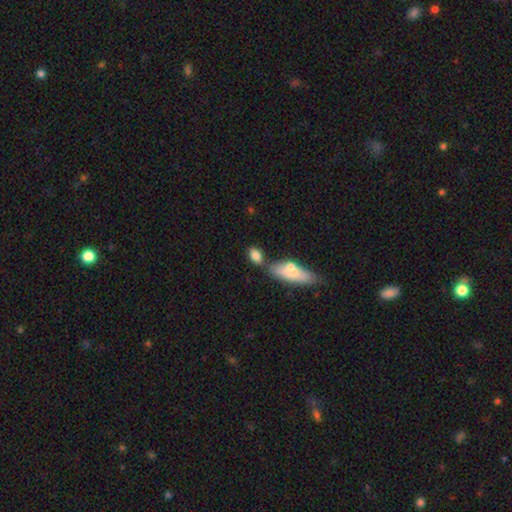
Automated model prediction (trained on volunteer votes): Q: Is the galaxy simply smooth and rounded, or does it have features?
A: smooth — 81%.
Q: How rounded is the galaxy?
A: in between — 80%.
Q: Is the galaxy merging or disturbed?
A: none — 55%.